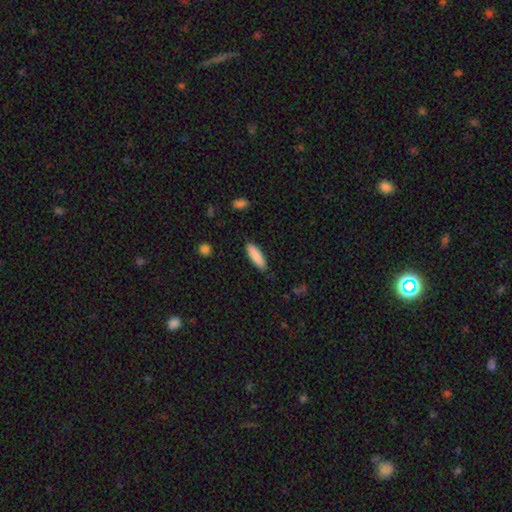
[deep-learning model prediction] Smooth or featured?
  - smooth: 88% *
  - featured or disk: 6%
  - star or artifact: 6%
How rounded?
  - cigar-shaped: 58% *
  - in between: 41%
  - round: 1%
Merging?
  - none: 87% *
  - minor disturbance: 9%
  - major disturbance: 2%
  - merger: 1%